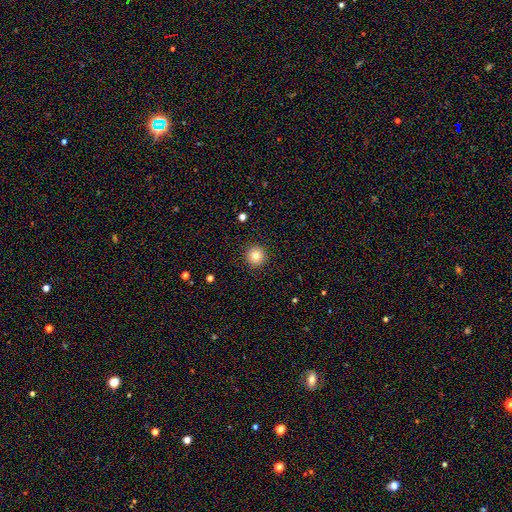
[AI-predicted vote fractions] The model was most divided on "smooth or featured": smooth: 81%, star or artifact: 11%, featured or disk: 8%. More confident: how rounded — round (95%); merging — none (92%).